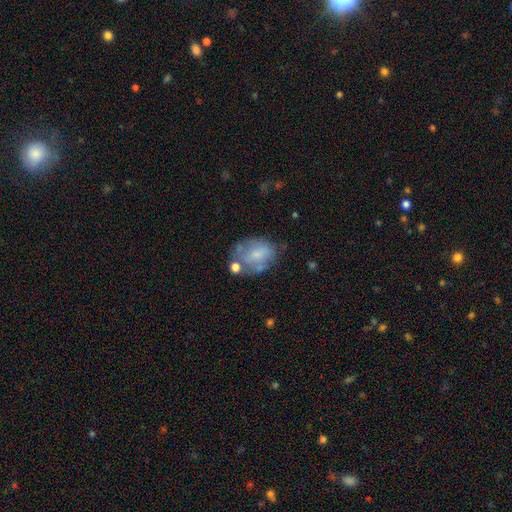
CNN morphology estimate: smooth-or-featured: smooth: 60% | featured or disk: 31% | star or artifact: 9%
  how-rounded: in between: 58% | round: 41% | cigar-shaped: 1%
  merging: none: 45% | minor disturbance: 26% | major disturbance: 16% | merger: 13%